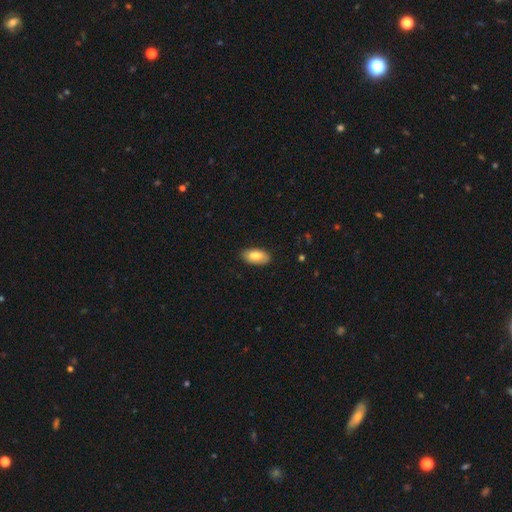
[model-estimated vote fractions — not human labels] Smooth or featured?
  - smooth: 78% *
  - featured or disk: 16%
  - star or artifact: 6%
How rounded?
  - in between: 94% *
  - cigar-shaped: 3%
  - round: 3%
Merging?
  - none: 84% *
  - minor disturbance: 13%
  - major disturbance: 2%
  - merger: 1%